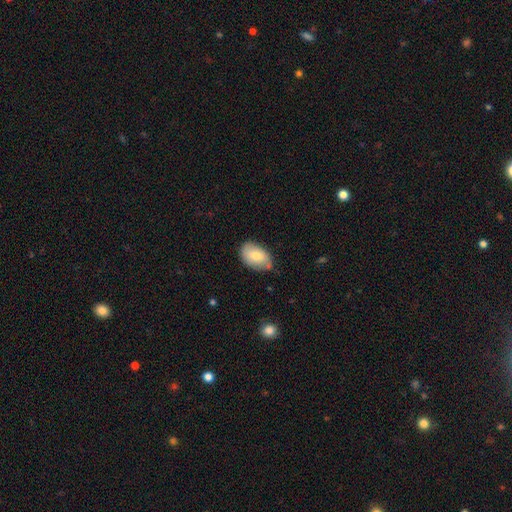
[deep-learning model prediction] Q: Smooth or featured?
A: smooth (73%); runner-up: featured or disk (21%)
Q: How rounded?
A: in between (90%); runner-up: round (9%)
Q: Merging?
A: none (67%); runner-up: minor disturbance (26%)